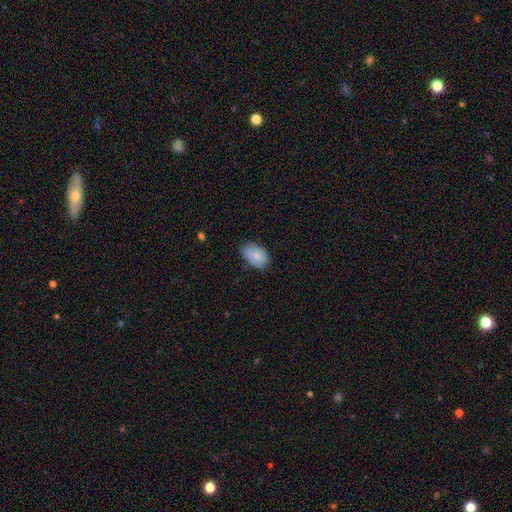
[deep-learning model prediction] A smooth galaxy with no disk features (83%) that is in between round and cigar-shaped (88%).

Vote fractions:
- Smooth or featured? smooth: 83% / featured or disk: 10% / star or artifact: 7%
- How rounded? in between: 88% / round: 11% / cigar-shaped: 1%
- Merging? none: 72% / minor disturbance: 22% / major disturbance: 4% / merger: 1%